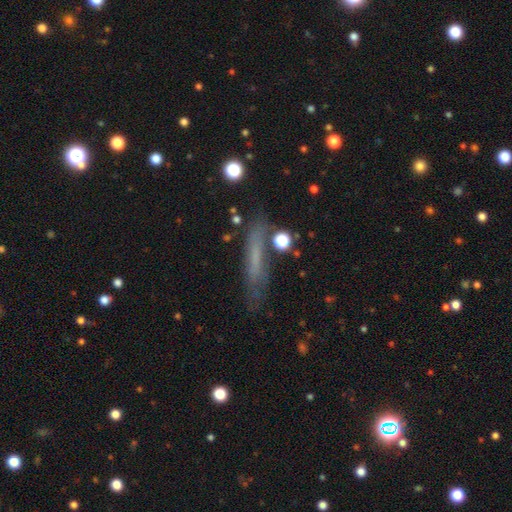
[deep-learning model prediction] This is possibly a smooth galaxy (53%). How rounded: clearly cigar-shaped (87%). Merging: likely none (70%).